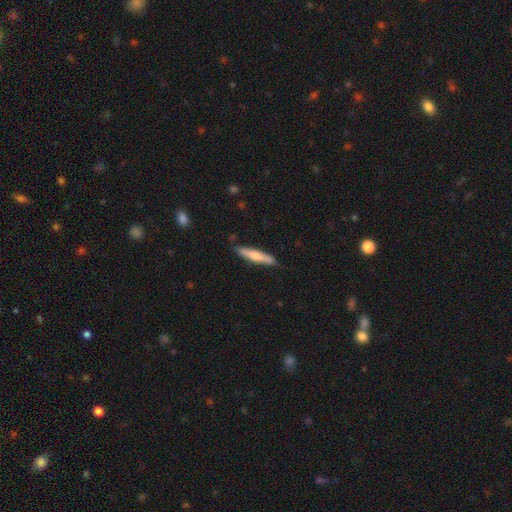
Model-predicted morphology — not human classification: This appears to be a smooth galaxy with no disk features (65%) that is cigar-shaped (91%). Merging: none (83%).